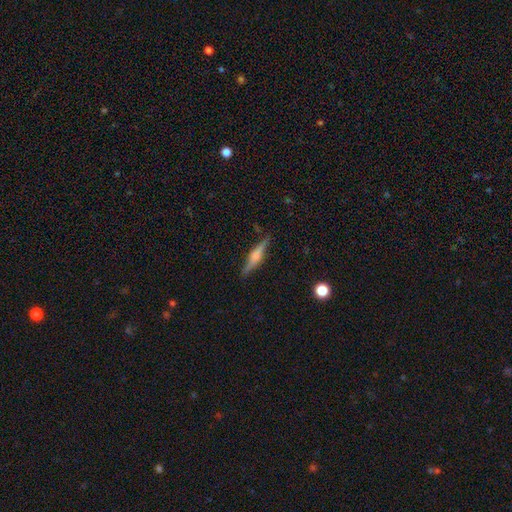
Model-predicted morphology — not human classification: smooth_or_featured: featured or disk (p=0.64) [alt: smooth p=0.29]
disk_edge_on: yes (p=0.96) [alt: no p=0.04]
edge_on_bulge: rounded (p=0.81) [alt: boxy p=0.13]
merging: none (p=0.86) [alt: minor disturbance p=0.10]